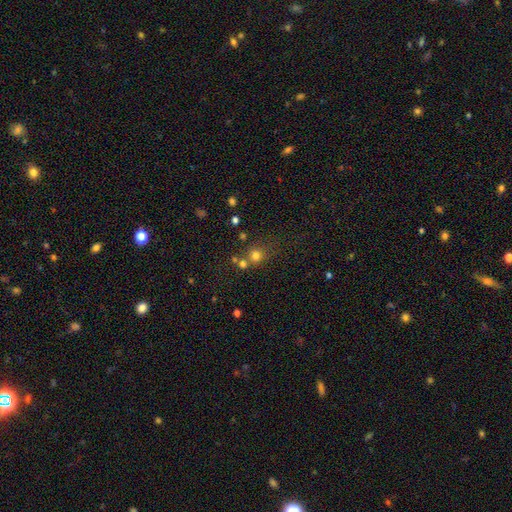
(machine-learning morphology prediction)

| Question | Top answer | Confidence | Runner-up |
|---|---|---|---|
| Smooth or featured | smooth | 72% | star or artifact (19%) |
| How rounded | round | 86% | in between (13%) |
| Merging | none | 60% | merger (24%) |